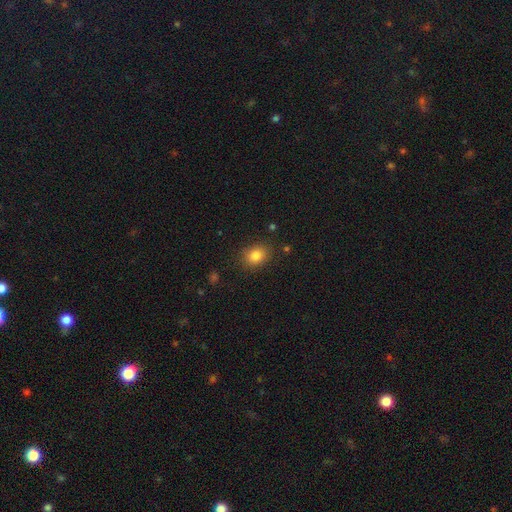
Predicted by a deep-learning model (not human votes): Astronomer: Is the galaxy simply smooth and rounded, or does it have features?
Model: smooth — 83%.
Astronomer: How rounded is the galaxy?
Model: in between — 55% (runner-up: round, 44%).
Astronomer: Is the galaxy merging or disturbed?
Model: none — 85%.